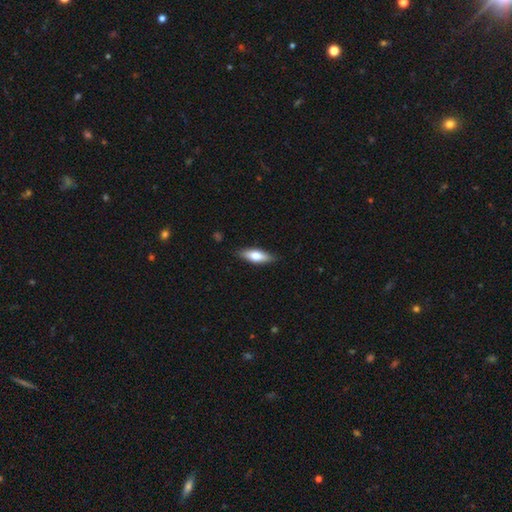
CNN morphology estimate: smooth 67%, featured or disk 27%, star or artifact 6%. Down the decision tree: how rounded — in between (62%); merging — none (86%).